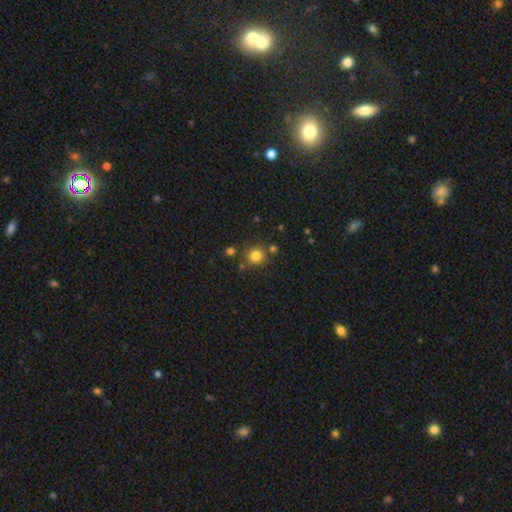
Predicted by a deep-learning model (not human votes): Morphology: type=smooth (81%); roundness=round (89%); merging=none (78%).